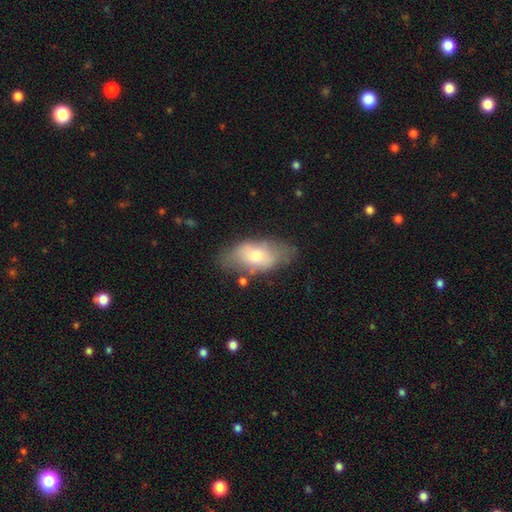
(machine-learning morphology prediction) Smooth or featured? Predicted: smooth (p=0.65). How rounded? Predicted: in between (p=0.91). Merging? Predicted: none (p=0.64).